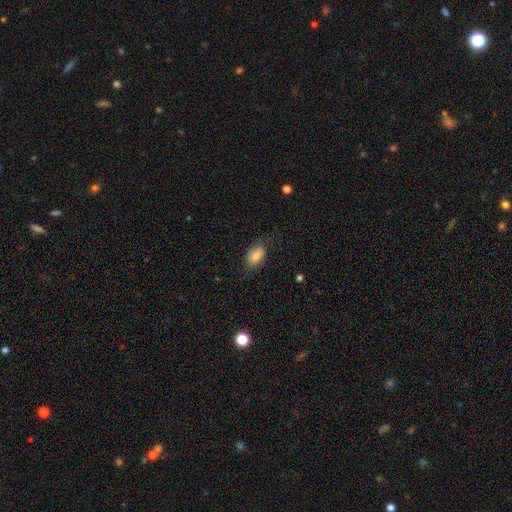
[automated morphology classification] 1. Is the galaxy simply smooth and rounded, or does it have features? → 75% smooth, 17% featured or disk, 8% star or artifact.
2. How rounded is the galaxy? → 89% in between, 10% round, 2% cigar-shaped.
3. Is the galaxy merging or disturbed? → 67% none, 23% minor disturbance, 9% major disturbance, 1% merger.